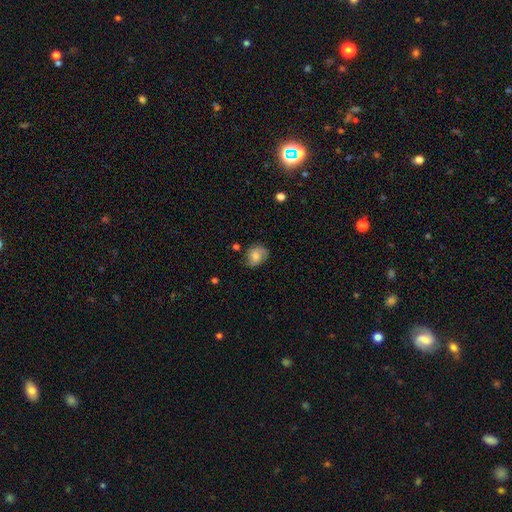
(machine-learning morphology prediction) type=smooth (59%); roundness=round (57%); merging=none (65%).